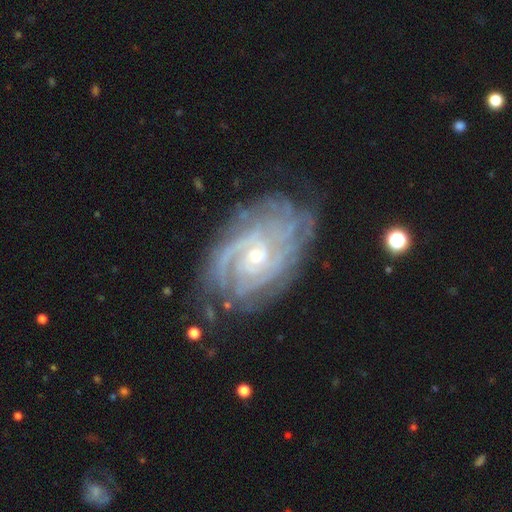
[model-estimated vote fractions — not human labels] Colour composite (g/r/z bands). It shows a featured or disk galaxy (89%) with no bar (69%), tight (75%) spiral arms (97%) and a small central bulge (58%). Merging: none (71%).